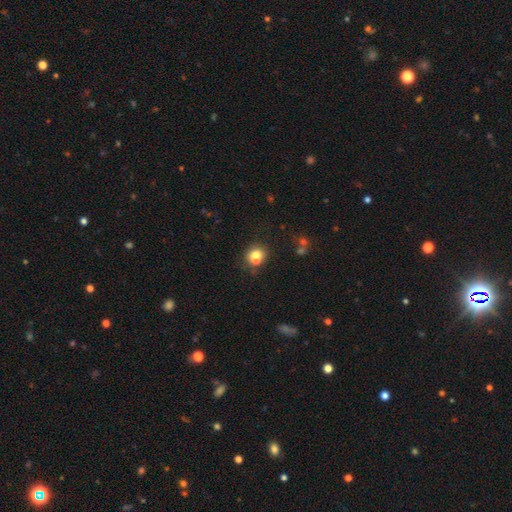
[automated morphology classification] type=smooth (73%); roundness=round (69%); merging=none (47%).